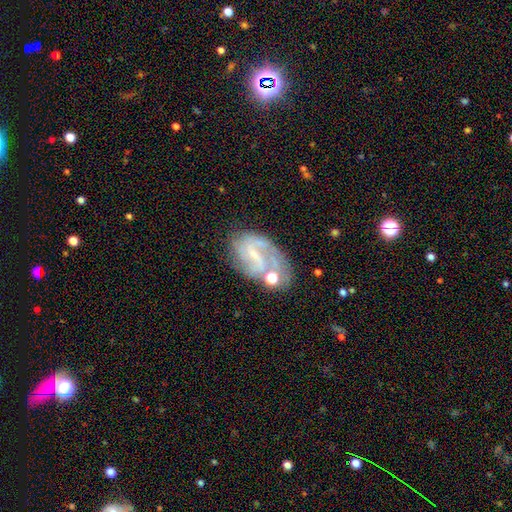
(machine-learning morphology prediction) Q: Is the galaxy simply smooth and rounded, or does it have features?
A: featured or disk — 72%.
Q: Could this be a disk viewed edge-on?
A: no — 97%.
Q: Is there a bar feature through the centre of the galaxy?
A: weak — 46%.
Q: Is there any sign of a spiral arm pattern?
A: yes — 83%.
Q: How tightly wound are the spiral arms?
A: medium — 41%.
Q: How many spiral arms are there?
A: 2 — 52%.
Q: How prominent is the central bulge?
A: small — 50%.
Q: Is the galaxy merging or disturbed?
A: none — 49%.